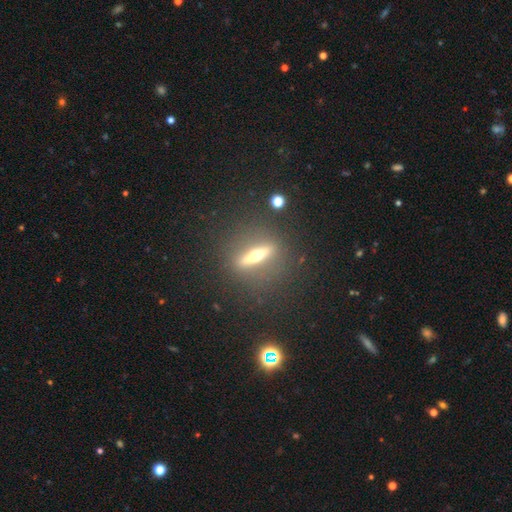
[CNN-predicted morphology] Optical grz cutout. It shows a featured or disk galaxy (63%) viewed edge-on (83%) with a rounded central bulge (94%). Merging: none (83%).